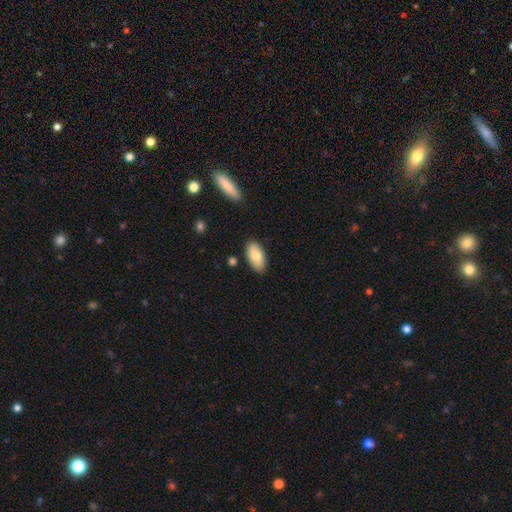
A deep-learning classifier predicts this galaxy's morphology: smooth 78%, featured or disk 16%, star or artifact 6%. Down the decision tree: how rounded — in between (93%); merging — none (85%).